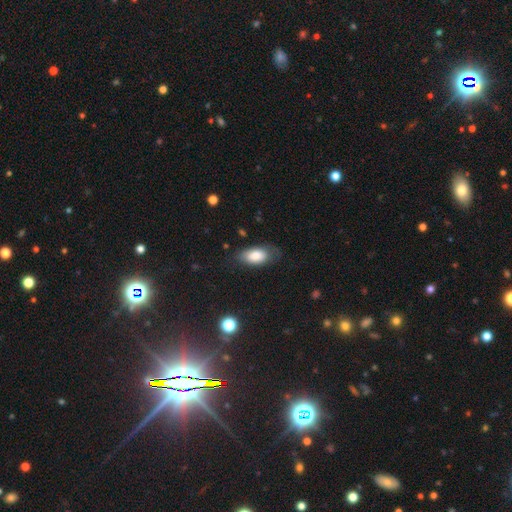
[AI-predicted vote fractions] Smooth or featured?
  - smooth: 78% *
  - featured or disk: 15%
  - star or artifact: 7%
How rounded?
  - in between: 91% *
  - cigar-shaped: 5%
  - round: 3%
Merging?
  - none: 66% *
  - minor disturbance: 24%
  - major disturbance: 9%
  - merger: 1%